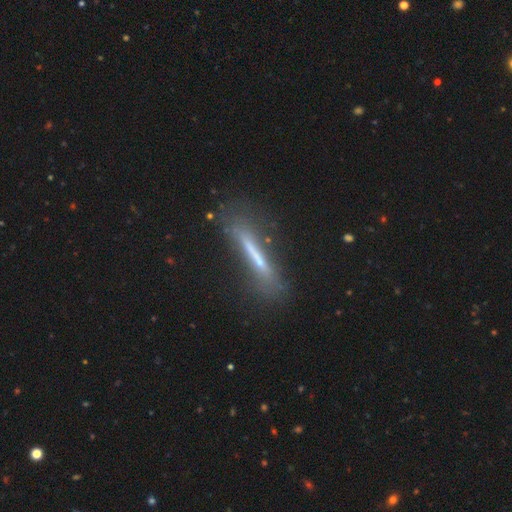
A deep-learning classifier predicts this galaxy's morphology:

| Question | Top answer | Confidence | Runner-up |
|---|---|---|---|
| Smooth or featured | featured or disk | 50% | smooth (40%) |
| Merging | none | 71% | minor disturbance (17%) |